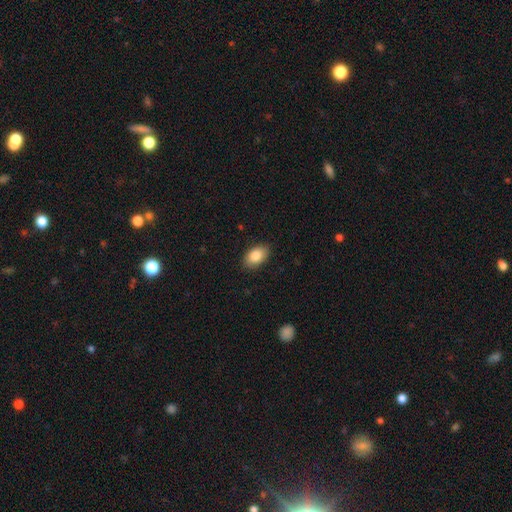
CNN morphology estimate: smooth_or_featured: smooth (p=0.86) [alt: star or artifact p=0.07]
how_rounded: in between (p=0.91) [alt: round p=0.08]
merging: none (p=0.87) [alt: minor disturbance p=0.10]